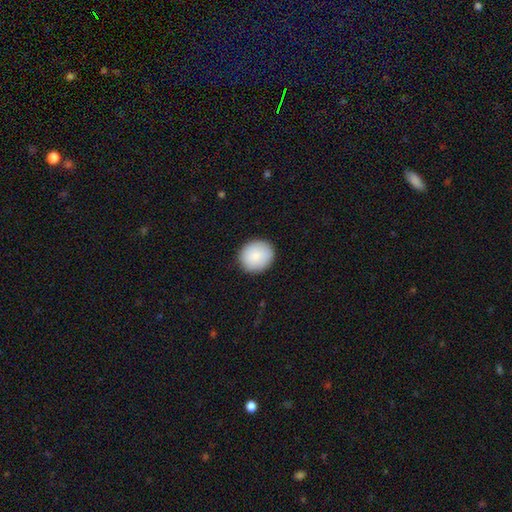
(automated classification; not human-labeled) This appears to be a smooth galaxy with no disk features (88%) that is round (79%). Merging: none (89%).